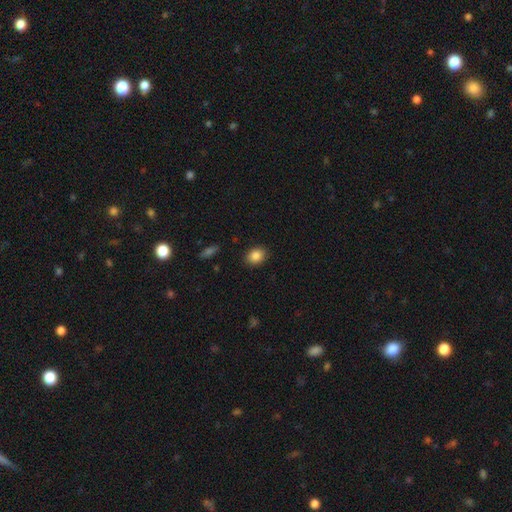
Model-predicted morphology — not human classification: Smooth or featured? smooth (86%)
How rounded? in between (59%)
Merging? none (88%)